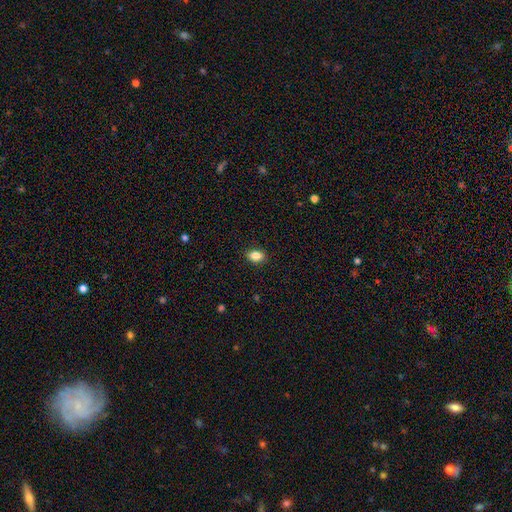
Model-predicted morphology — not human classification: This appears to be a smooth galaxy with no disk features (85%) that is in between round and cigar-shaped (76%). Merging: none (89%).